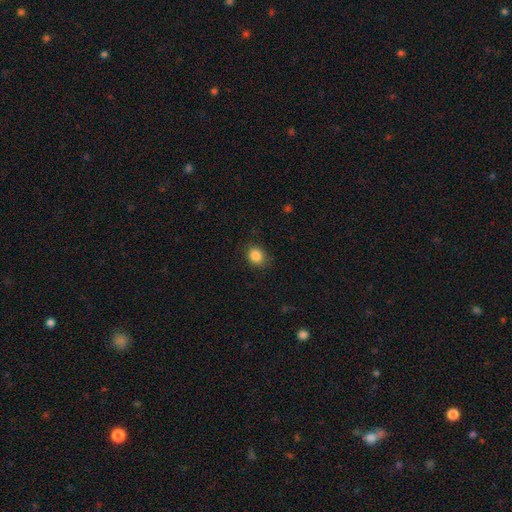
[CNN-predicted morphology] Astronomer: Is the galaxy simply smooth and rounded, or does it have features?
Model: smooth — 86%.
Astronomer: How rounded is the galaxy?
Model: round — 59% (runner-up: in between, 40%).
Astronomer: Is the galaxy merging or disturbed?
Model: none — 84%.